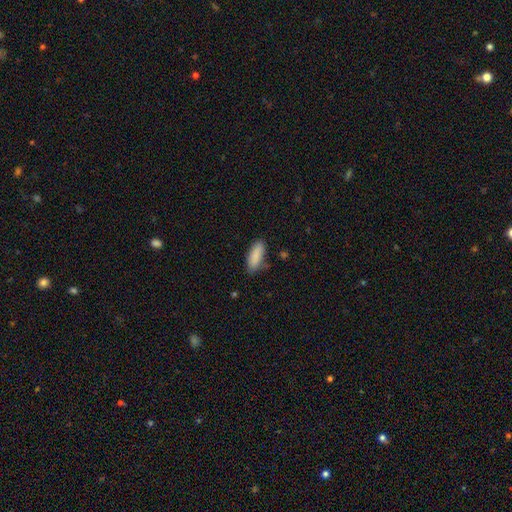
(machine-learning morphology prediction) A smooth galaxy with no disk features (87%) that is in between round and cigar-shaped (72%). Merging: none (76%).